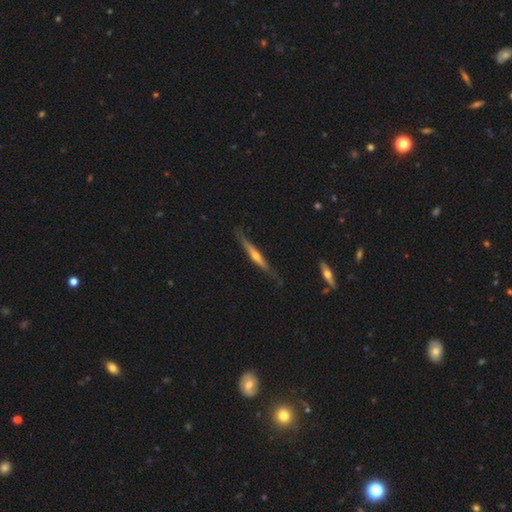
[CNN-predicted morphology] Smooth or featured? Predicted: featured or disk (p=0.70). Edge-on disk? Predicted: yes (p=0.96). Edge-on bulge? Predicted: rounded (p=0.84). Merging? Predicted: none (p=0.78).